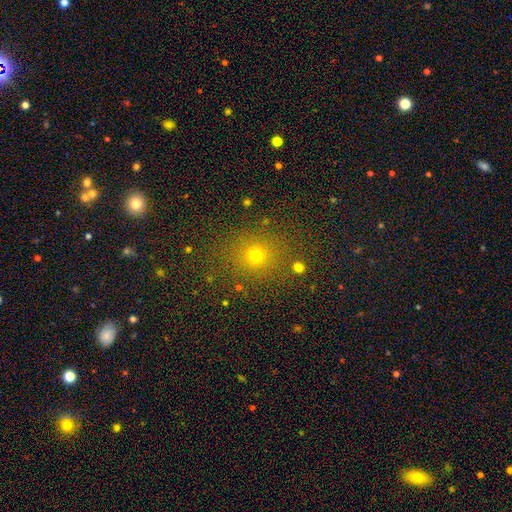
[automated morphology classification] A smooth galaxy with no disk features (69%) that is round (87%).

Vote fractions:
- Smooth or featured? smooth: 69% / star or artifact: 23% / featured or disk: 8%
- How rounded? round: 87% / in between: 12% / cigar-shaped: 1%
- Merging? none: 83% / minor disturbance: 9% / major disturbance: 4% / merger: 4%